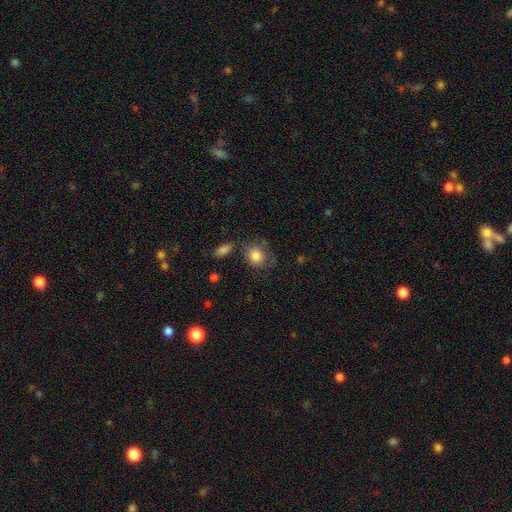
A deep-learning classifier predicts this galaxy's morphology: Smooth or featured: smooth — 83% (featured or disk — 9%)
How rounded: round — 60% (in between — 39%)
Merging: none — 60% (minor disturbance — 24%)